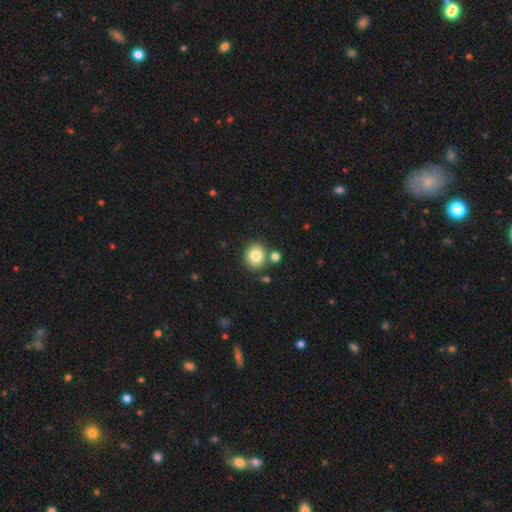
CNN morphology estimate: Smooth or featured?
  - smooth: 82% *
  - star or artifact: 10%
  - featured or disk: 8%
How rounded?
  - round: 83% *
  - in between: 16%
  - cigar-shaped: 1%
Merging?
  - none: 75% *
  - merger: 13%
  - minor disturbance: 9%
  - major disturbance: 3%